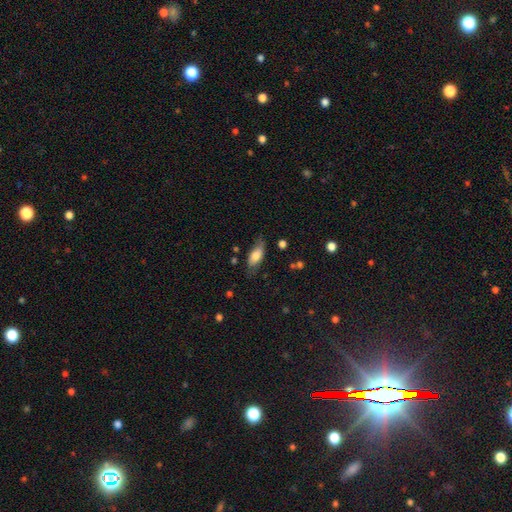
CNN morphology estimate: smooth_or_featured: smooth (p=0.71) [alt: featured or disk p=0.22]
how_rounded: in between (p=0.80) [alt: cigar-shaped p=0.17]
merging: none (p=0.65) [alt: minor disturbance p=0.26]